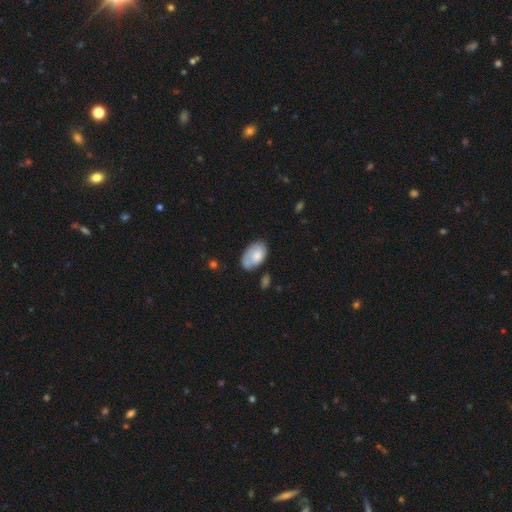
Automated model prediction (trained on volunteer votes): The model was most divided on "merging": none: 50%, minor disturbance: 30%, merger: 11%, major disturbance: 9%. More confident: how rounded — in between (92%); smooth or featured — smooth (70%).